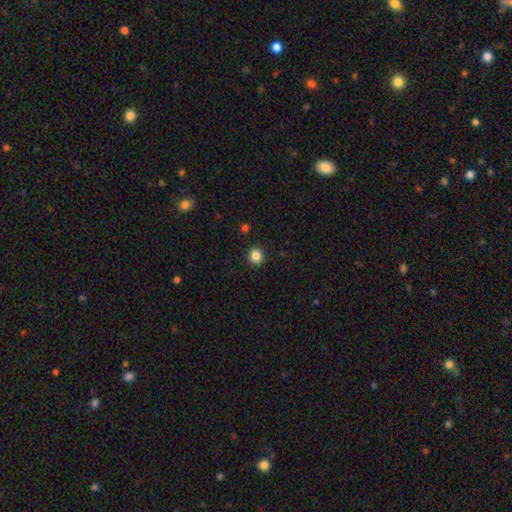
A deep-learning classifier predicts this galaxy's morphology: smooth_or_featured: smooth (p=0.86) [alt: star or artifact p=0.11]
how_rounded: round (p=0.91) [alt: in between p=0.08]
merging: none (p=0.92) [alt: minor disturbance p=0.05]